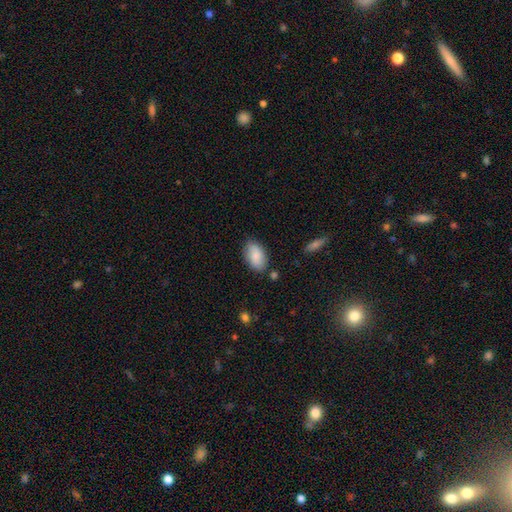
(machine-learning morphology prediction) Smooth or featured? smooth (86%)
How rounded? in between (93%)
Merging? none (79%)